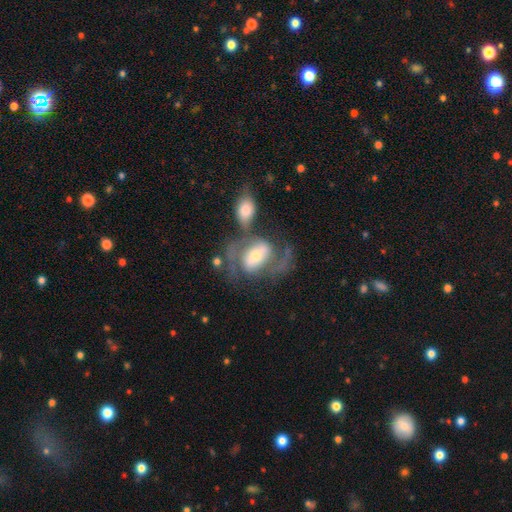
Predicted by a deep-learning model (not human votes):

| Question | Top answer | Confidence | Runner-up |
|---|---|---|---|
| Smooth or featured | featured or disk | 79% | smooth (15%) |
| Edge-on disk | no | 96% | yes (4%) |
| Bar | weak | 39% | no (32%) |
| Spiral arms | yes | 89% | no (11%) |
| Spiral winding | medium | 50% | loose (33%) |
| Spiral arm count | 2 | 84% | can't tell (6%) |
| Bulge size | moderate | 53% | small (31%) |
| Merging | none | 37% | merger (31%) |